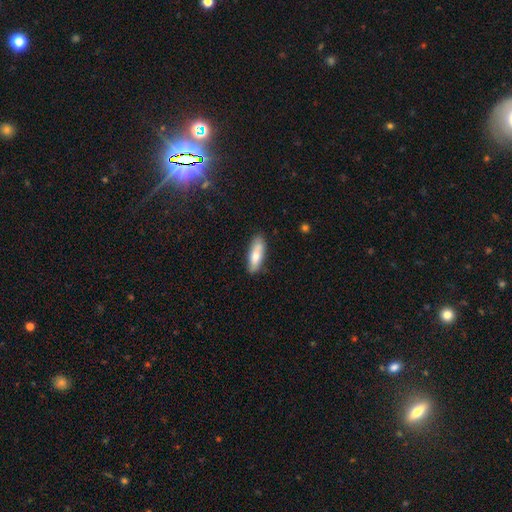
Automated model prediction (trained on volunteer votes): Q: Smooth or featured?
A: smooth (73%); runner-up: featured or disk (21%)
Q: How rounded?
A: in between (59%); runner-up: cigar-shaped (38%)
Q: Merging?
A: none (79%); runner-up: minor disturbance (15%)